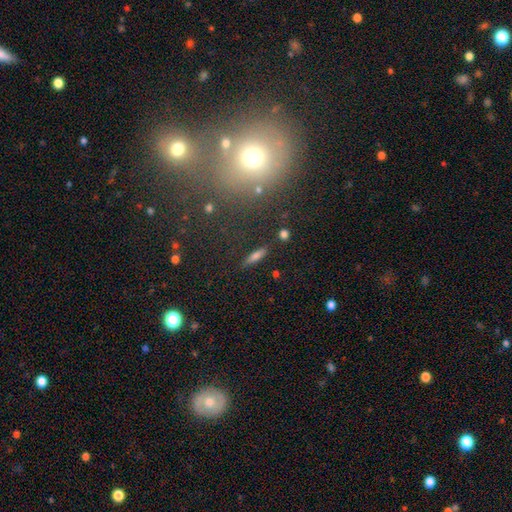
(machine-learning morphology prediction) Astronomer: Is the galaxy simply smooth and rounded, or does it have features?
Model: smooth — 57%.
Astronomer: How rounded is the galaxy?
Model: cigar-shaped — 72%.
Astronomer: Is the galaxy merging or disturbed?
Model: none — 86%.